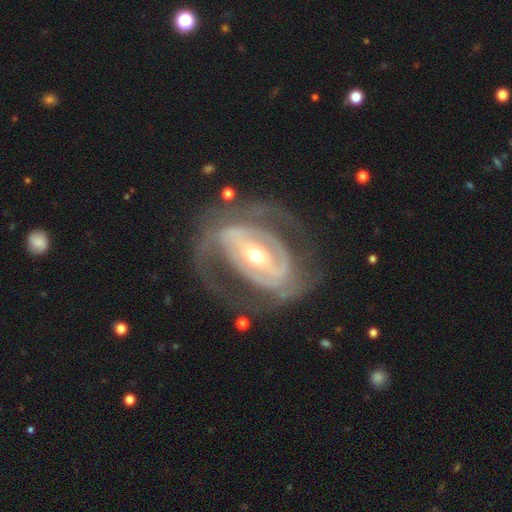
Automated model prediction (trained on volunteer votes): A featured or disk galaxy (87%) with a strong bar (52%), 2 (60%) tight (47%) spiral arms (83%) and a moderate central bulge (52%).

Vote fractions:
- Smooth or featured? featured or disk: 87% / smooth: 8% / star or artifact: 5%
- Edge-on disk? no: 95% / yes: 5%
- Bar? strong: 52% / weak: 30% / no: 18%
- Spiral arms? yes: 83% / no: 17%
- Spiral winding? tight: 47% / medium: 38% / loose: 16%
- Spiral arm count? 2: 60% / can't tell: 20% / 3: 9% / 1: 5% / 4: 3% / more than 4: 3%
- Bulge size? moderate: 52% / small: 42% / large: 4% / dominant: 1% / none: 1%
- Merging? none: 63% / major disturbance: 19% / minor disturbance: 16% / merger: 2%